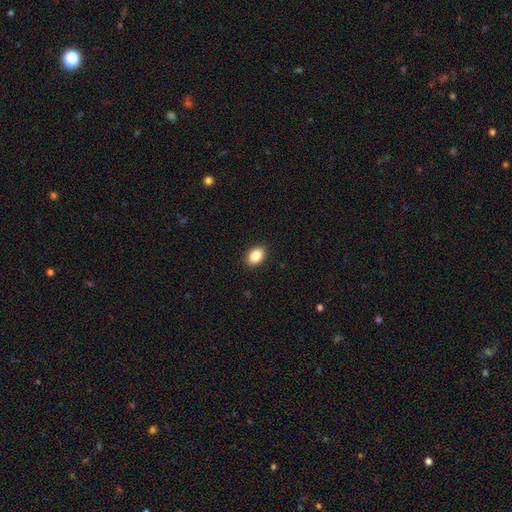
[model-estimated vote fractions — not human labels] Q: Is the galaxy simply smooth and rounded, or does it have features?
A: smooth — 87%.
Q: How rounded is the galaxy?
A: in between — 83%.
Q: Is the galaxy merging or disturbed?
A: none — 90%.